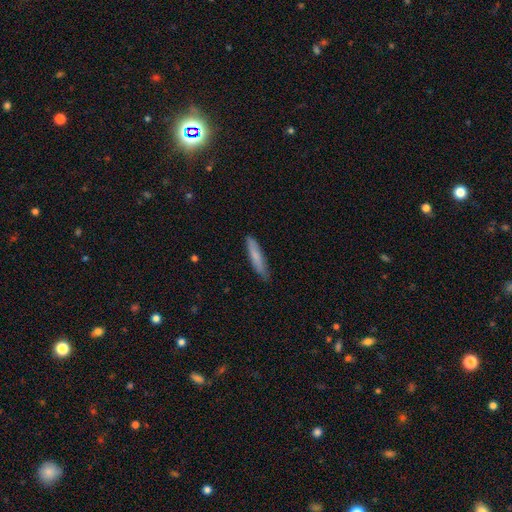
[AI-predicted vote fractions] Smooth or featured? smooth (76%)
How rounded? cigar-shaped (87%)
Merging? none (82%)